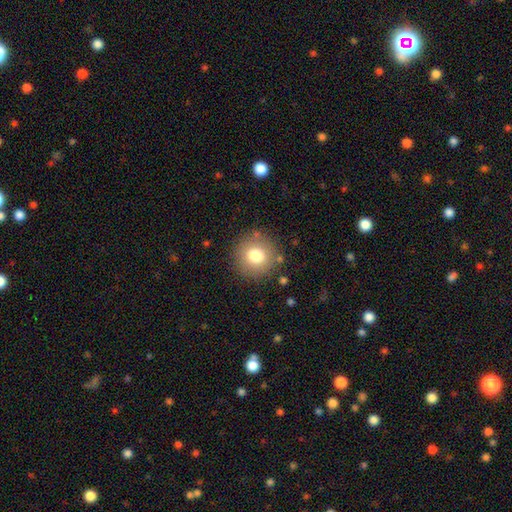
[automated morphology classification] smooth_or_featured: smooth (p=0.77) [alt: featured or disk p=0.12]
how_rounded: round (p=0.94) [alt: in between p=0.05]
merging: none (p=0.86) [alt: minor disturbance p=0.08]